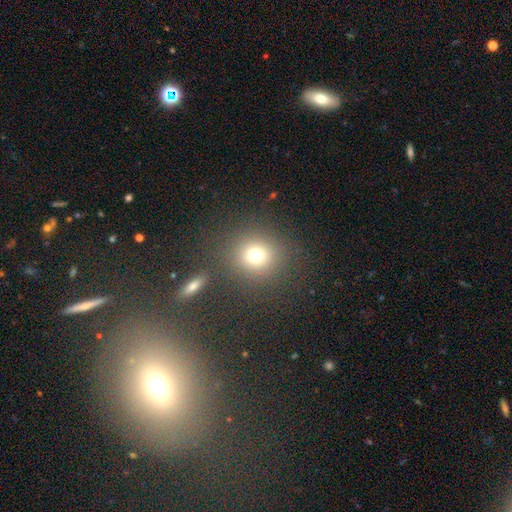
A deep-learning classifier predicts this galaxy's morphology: Smooth or featured?
  - smooth: 74% *
  - star or artifact: 17%
  - featured or disk: 9%
How rounded?
  - round: 87% *
  - in between: 12%
  - cigar-shaped: 1%
Merging?
  - none: 81% *
  - minor disturbance: 8%
  - merger: 7%
  - major disturbance: 5%